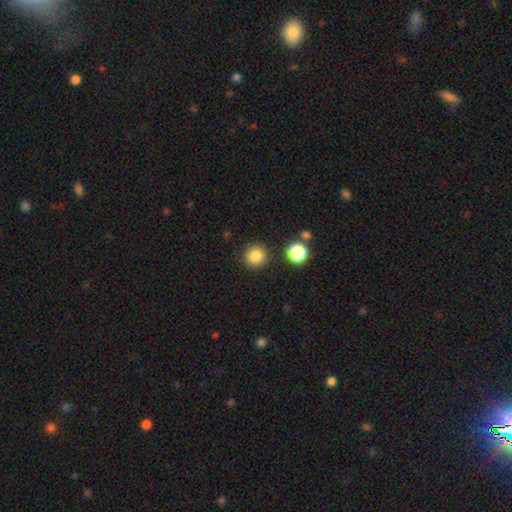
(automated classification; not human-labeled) Overall: smooth (84%). How rounded: round (94%). Merging: none (89%).